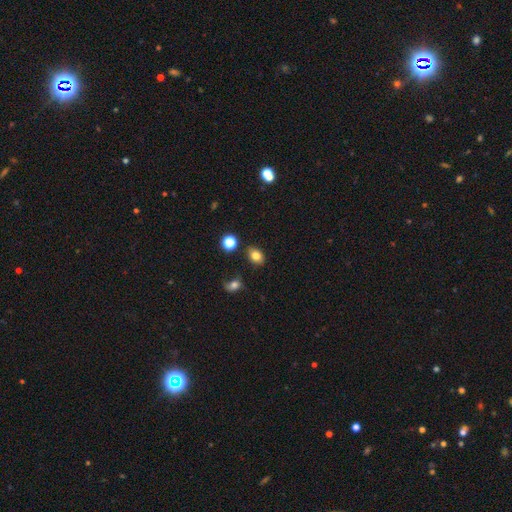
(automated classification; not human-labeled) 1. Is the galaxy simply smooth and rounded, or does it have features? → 80% smooth, 12% star or artifact, 8% featured or disk.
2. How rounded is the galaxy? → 75% in between, 24% round, 1% cigar-shaped.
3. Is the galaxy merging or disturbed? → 83% none, 11% minor disturbance, 4% merger, 3% major disturbance.